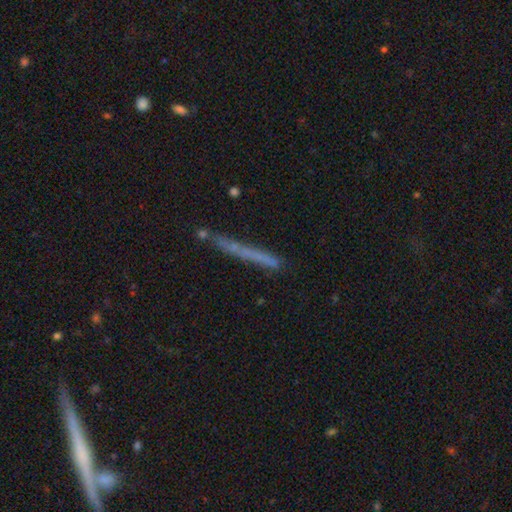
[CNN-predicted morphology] Q: Smooth or featured?
A: smooth (50%); runner-up: featured or disk (38%)
Q: Merging?
A: none (74%); runner-up: minor disturbance (16%)